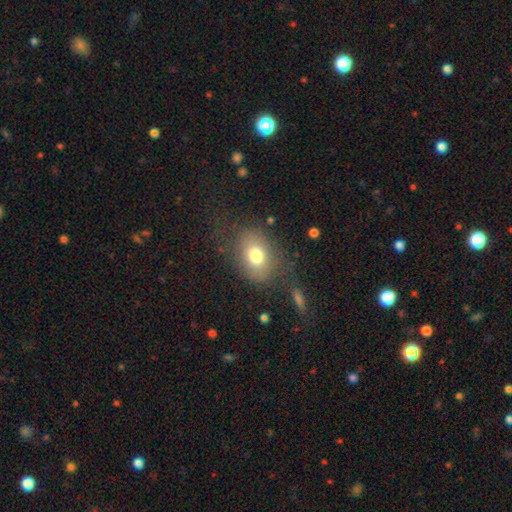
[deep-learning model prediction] Smooth or featured? smooth (74%)
How rounded? in between (71%)
Merging? none (70%)